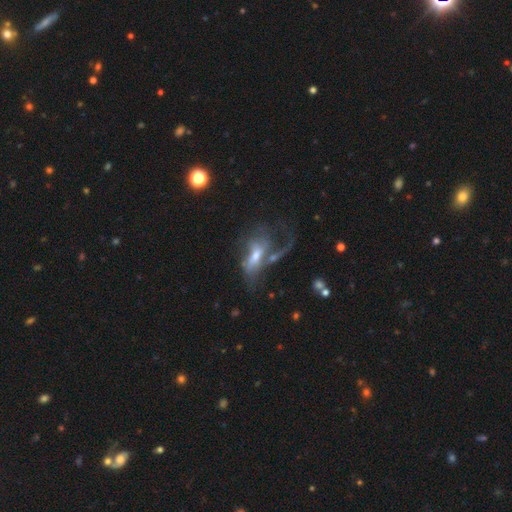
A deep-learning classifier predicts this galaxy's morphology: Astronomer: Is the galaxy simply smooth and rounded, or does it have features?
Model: featured or disk — 65%.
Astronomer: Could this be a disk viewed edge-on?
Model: no — 89%.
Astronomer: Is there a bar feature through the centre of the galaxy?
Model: no — 47% (runner-up: weak, 37%).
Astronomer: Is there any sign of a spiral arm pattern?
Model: yes — 61% (runner-up: no, 39%).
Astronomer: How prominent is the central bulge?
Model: moderate — 52% (runner-up: small, 34%).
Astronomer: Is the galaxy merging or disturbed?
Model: major disturbance — 48%.